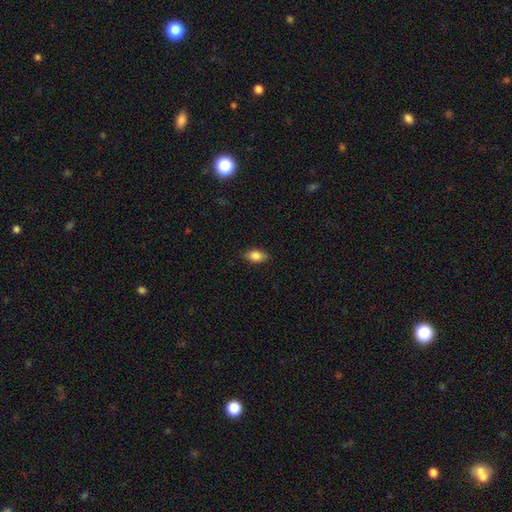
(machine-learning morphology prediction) smooth 83%, featured or disk 9%, star or artifact 8%. Down the decision tree: how rounded — in between (87%); merging — none (86%).